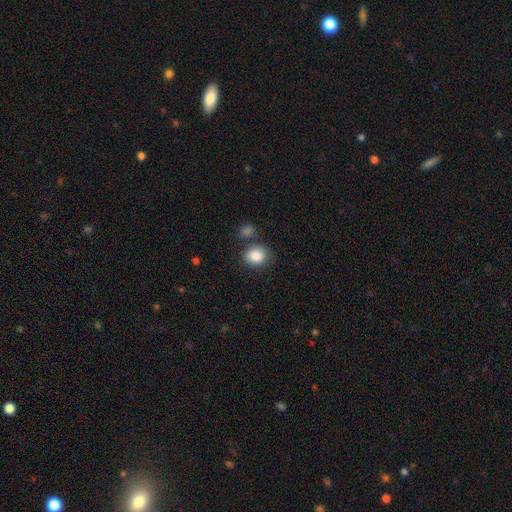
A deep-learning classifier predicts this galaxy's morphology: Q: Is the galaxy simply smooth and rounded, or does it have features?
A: smooth — 87%.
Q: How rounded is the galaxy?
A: round — 64%.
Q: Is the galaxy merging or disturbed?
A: none — 71%.